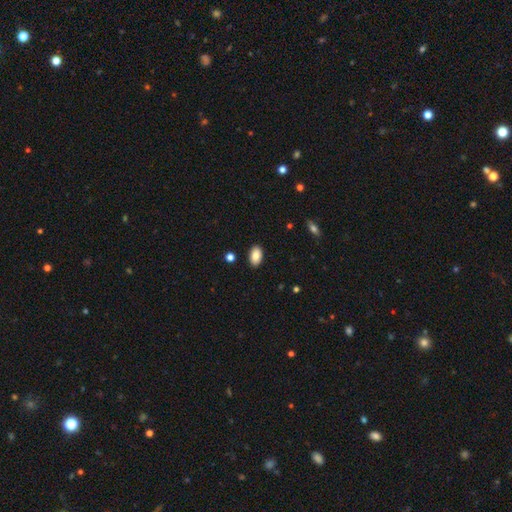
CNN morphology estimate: Smooth or featured?
  - smooth: 86% *
  - star or artifact: 7%
  - featured or disk: 7%
How rounded?
  - in between: 93% *
  - round: 6%
  - cigar-shaped: 1%
Merging?
  - none: 89% *
  - minor disturbance: 8%
  - major disturbance: 2%
  - merger: 1%